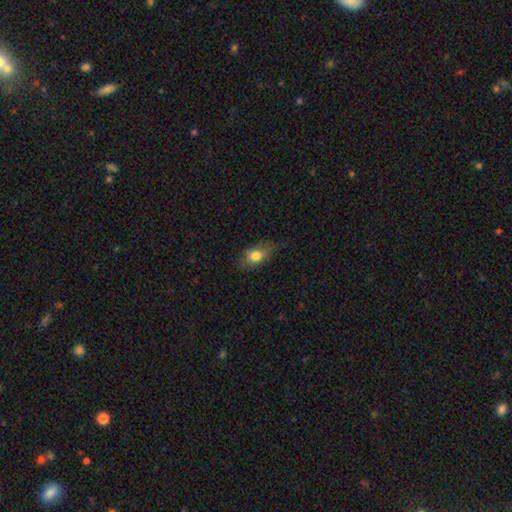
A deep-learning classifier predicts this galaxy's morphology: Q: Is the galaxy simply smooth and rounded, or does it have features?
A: smooth — 77%.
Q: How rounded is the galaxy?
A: in between — 77%.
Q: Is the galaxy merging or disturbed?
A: none — 73%.